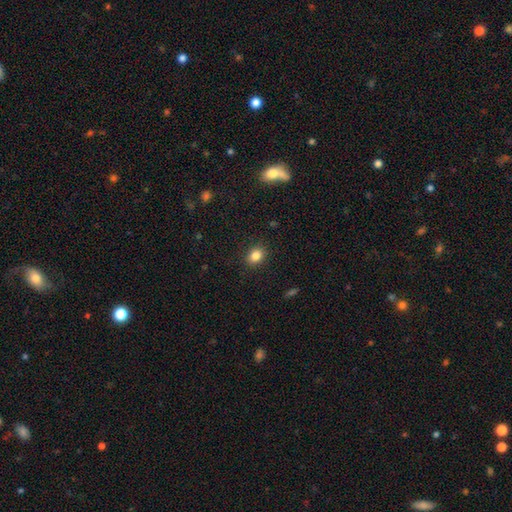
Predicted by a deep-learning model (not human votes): Smooth or featured? smooth (83%)
How rounded? round (52%)
Merging? none (88%)